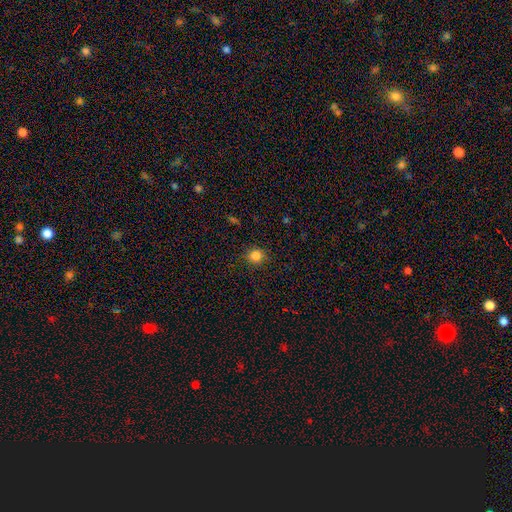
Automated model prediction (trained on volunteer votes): smooth 84%, star or artifact 12%, featured or disk 4%. Down the decision tree: how rounded — round (92%); merging — none (89%).